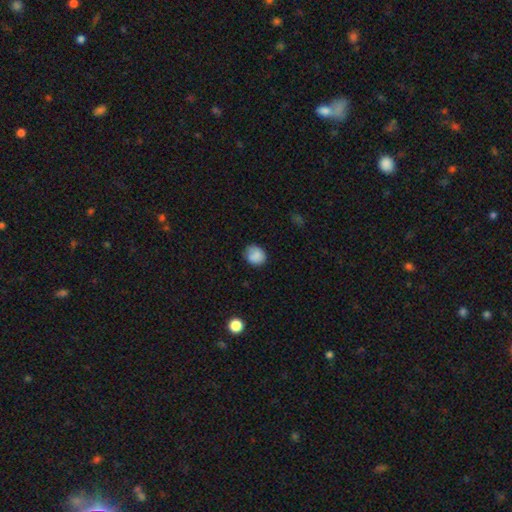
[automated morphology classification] type=smooth (85%); roundness=round (72%); merging=none (78%).